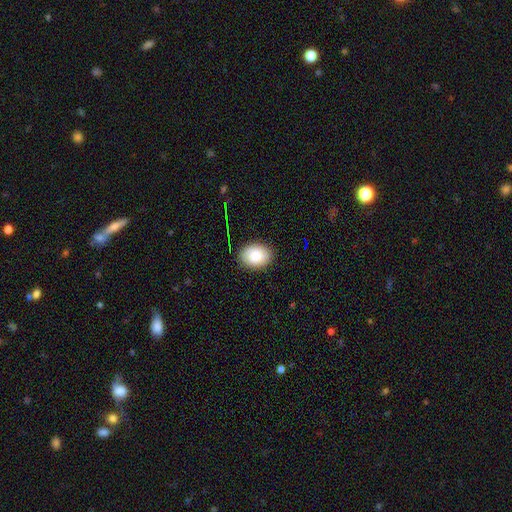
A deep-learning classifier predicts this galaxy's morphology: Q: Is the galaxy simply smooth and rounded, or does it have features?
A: smooth — 85%.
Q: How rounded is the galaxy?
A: in between — 68%.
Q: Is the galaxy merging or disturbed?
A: none — 88%.